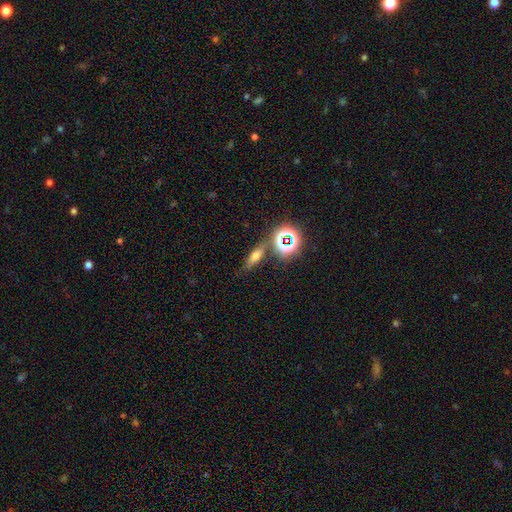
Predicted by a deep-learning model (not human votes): Q: Smooth or featured?
A: smooth (56%); runner-up: star or artifact (25%)
Q: How rounded?
A: in between (44%); runner-up: cigar-shaped (43%)
Q: Merging?
A: none (73%); runner-up: minor disturbance (12%)